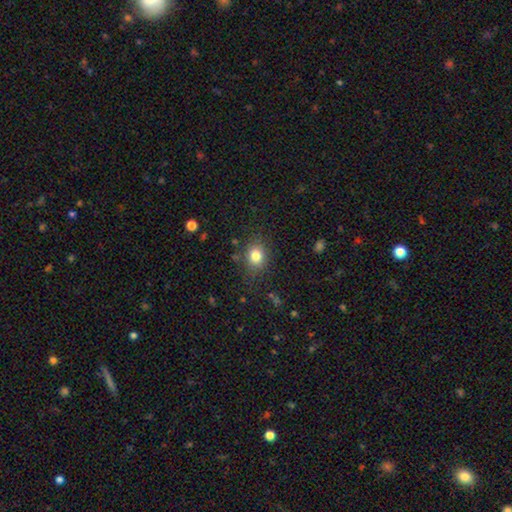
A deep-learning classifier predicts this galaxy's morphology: The model was most divided on "how rounded": round: 57%, in between: 42%, cigar-shaped: 1%. More confident: smooth or featured — smooth (80%); merging — none (80%).